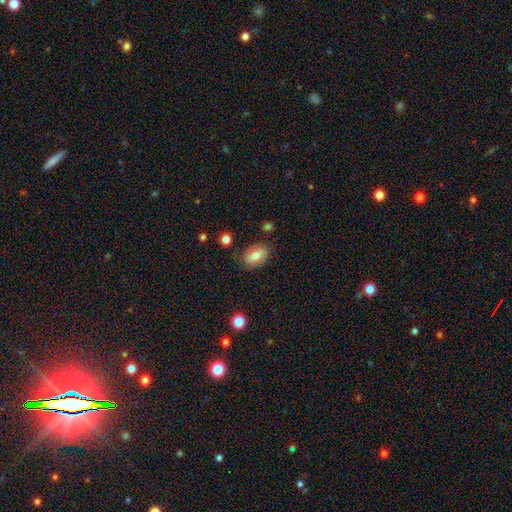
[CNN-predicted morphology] type=smooth (75%); roundness=in between (85%); merging=none (79%).